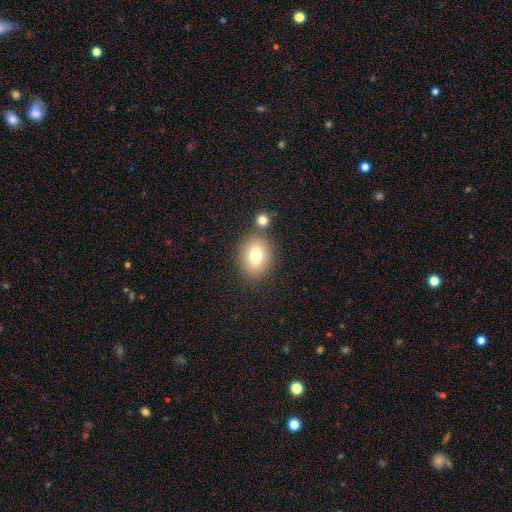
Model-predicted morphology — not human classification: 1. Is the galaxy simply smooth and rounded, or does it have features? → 77% smooth, 13% featured or disk, 11% star or artifact.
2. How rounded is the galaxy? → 57% in between, 42% round, 1% cigar-shaped.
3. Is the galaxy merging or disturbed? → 72% none, 13% merger, 11% minor disturbance, 3% major disturbance.